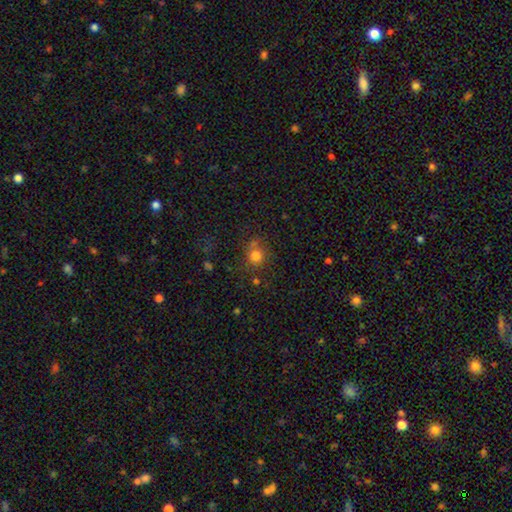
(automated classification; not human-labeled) smooth_or_featured: smooth (p=0.77) [alt: star or artifact p=0.15]
how_rounded: round (p=0.84) [alt: in between p=0.15]
merging: none (p=0.66) [alt: minor disturbance p=0.15]